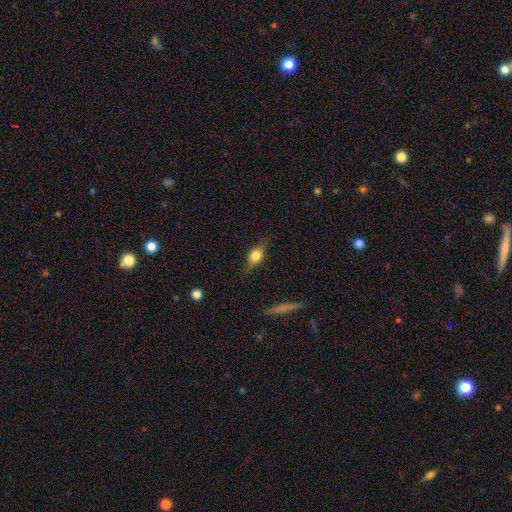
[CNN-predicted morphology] Smooth or featured?
  - featured or disk: 46% *
  - smooth: 45%
  - star or artifact: 10%
Merging?
  - none: 77% *
  - minor disturbance: 16%
  - major disturbance: 5%
  - merger: 2%